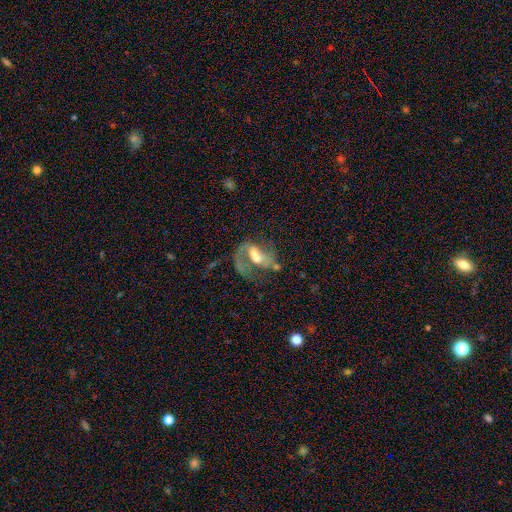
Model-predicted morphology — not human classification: smooth_or_featured: featured or disk (p=0.77) [alt: smooth p=0.15]
disk_edge_on: no (p=0.97) [alt: yes p=0.03]
bar: weak (p=0.43) [alt: no p=0.30]
has_spiral_arms: yes (p=0.87) [alt: no p=0.13]
spiral_winding: medium (p=0.45) [alt: loose p=0.40]
spiral_arm_count: 2 (p=0.50) [alt: 1 p=0.39]
bulge_size: moderate (p=0.40) [alt: large p=0.26]
merging: none (p=0.38) [alt: major disturbance p=0.37]